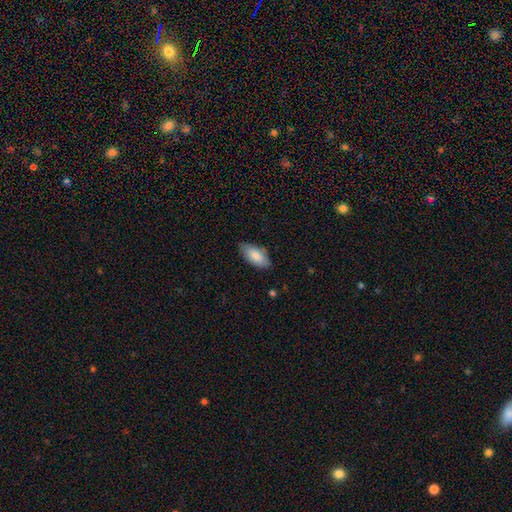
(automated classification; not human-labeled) Smooth or featured?
  - smooth: 85% *
  - featured or disk: 9%
  - star or artifact: 6%
How rounded?
  - in between: 91% *
  - cigar-shaped: 7%
  - round: 2%
Merging?
  - none: 77% *
  - minor disturbance: 19%
  - major disturbance: 3%
  - merger: 1%